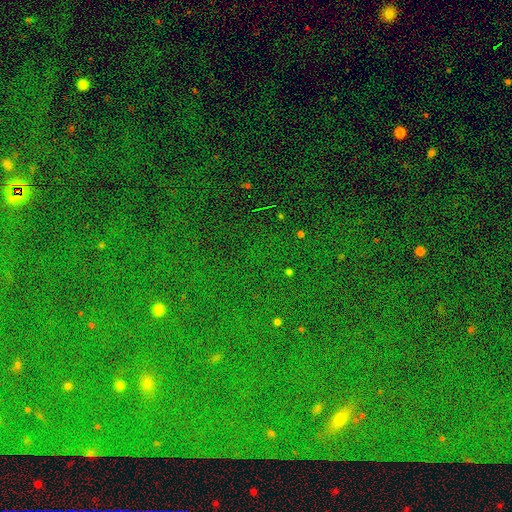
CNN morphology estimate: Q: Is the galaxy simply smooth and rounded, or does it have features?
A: star or artifact — 83%.